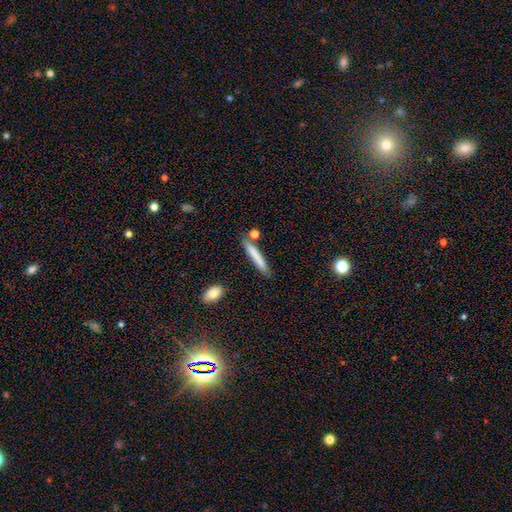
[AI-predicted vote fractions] Morphology: type=smooth (75%); roundness=cigar-shaped (94%); merging=none (80%).